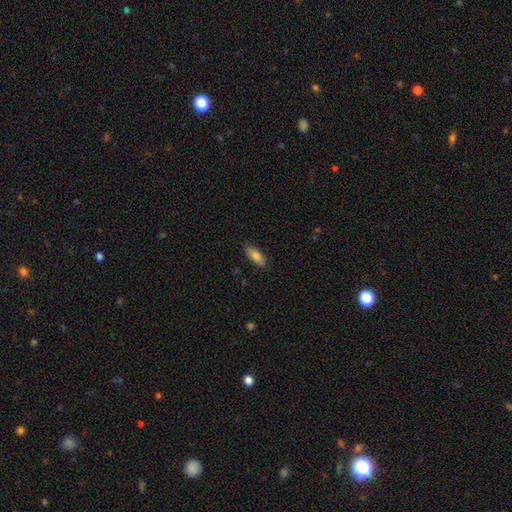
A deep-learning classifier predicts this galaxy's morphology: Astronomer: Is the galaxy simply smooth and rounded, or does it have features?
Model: smooth — 84%.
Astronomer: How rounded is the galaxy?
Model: in between — 62% (runner-up: cigar-shaped, 37%).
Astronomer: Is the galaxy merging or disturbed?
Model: none — 88%.